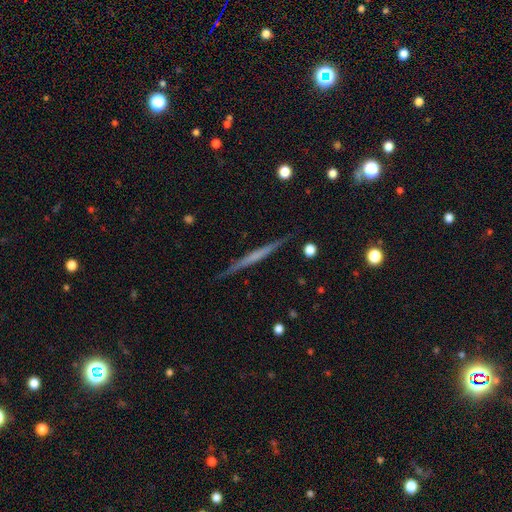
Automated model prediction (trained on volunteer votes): This appears to be a featured or disk galaxy (61%) viewed edge-on (98%) with no central bulge (80%). Merging: none (89%).